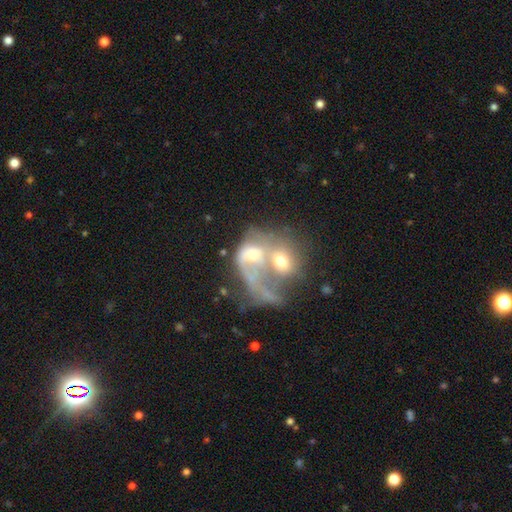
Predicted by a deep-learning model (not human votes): A featured or disk galaxy (55%) with no bar (76%), no spiral arms (56%) and a moderate central bulge (59%).

Vote fractions:
- Smooth or featured? featured or disk: 55% / smooth: 33% / star or artifact: 11%
- Edge-on disk? no: 96% / yes: 4%
- Bar? no: 76% / weak: 19% / strong: 5%
- Spiral arms? no: 56% / yes: 44%
- Bulge size? moderate: 59% / small: 19% / large: 12% / none: 7% / dominant: 3%
- Merging? merger: 76% / major disturbance: 14% / none: 6% / minor disturbance: 4%